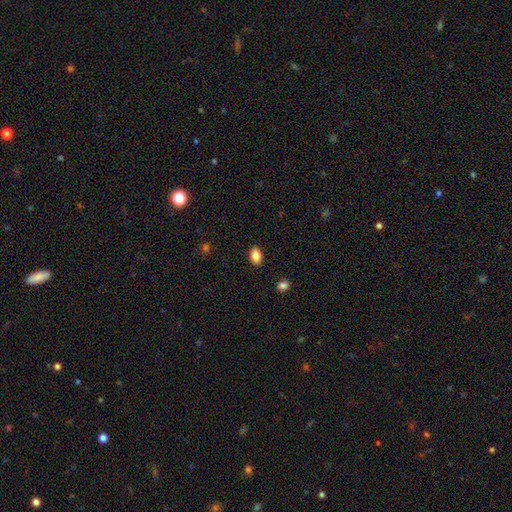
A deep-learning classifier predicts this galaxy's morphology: smooth_or_featured: smooth (p=0.87) [alt: star or artifact p=0.09]
how_rounded: in between (p=0.86) [alt: round p=0.13]
merging: none (p=0.89) [alt: minor disturbance p=0.08]